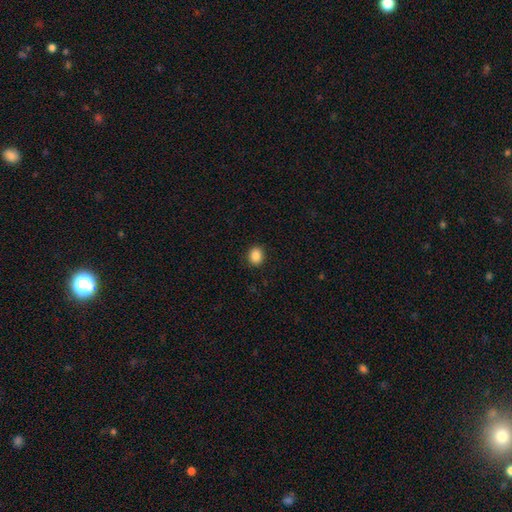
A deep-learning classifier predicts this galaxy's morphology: smooth_or_featured: smooth (p=0.87) [alt: star or artifact p=0.10]
how_rounded: round (p=0.67) [alt: in between p=0.32]
merging: none (p=0.90) [alt: minor disturbance p=0.07]